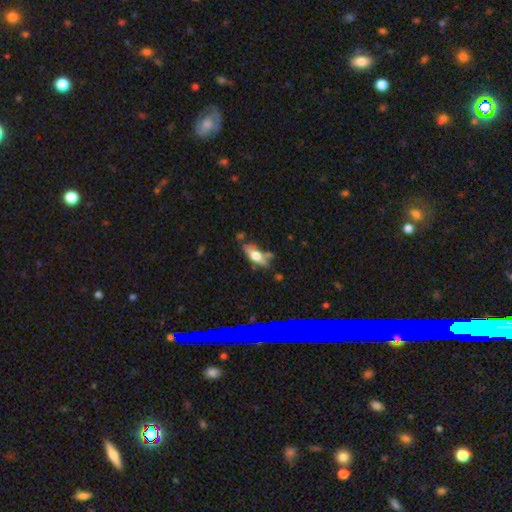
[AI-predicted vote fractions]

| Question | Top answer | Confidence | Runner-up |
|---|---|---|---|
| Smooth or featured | smooth | 46% | featured or disk (45%) |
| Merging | none | 59% | minor disturbance (25%) |